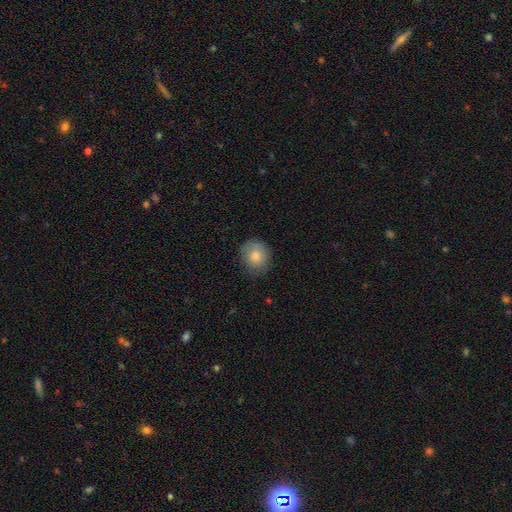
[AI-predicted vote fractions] Smooth or featured?
  - smooth: 83% *
  - featured or disk: 10%
  - star or artifact: 8%
How rounded?
  - round: 74% *
  - in between: 25%
  - cigar-shaped: 1%
Merging?
  - none: 75% *
  - minor disturbance: 19%
  - major disturbance: 5%
  - merger: 1%